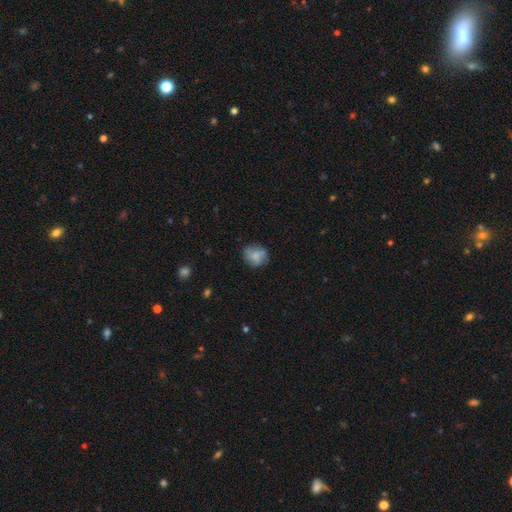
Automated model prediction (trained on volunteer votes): Smooth or featured? smooth (62%)
How rounded? round (63%)
Merging? none (64%)